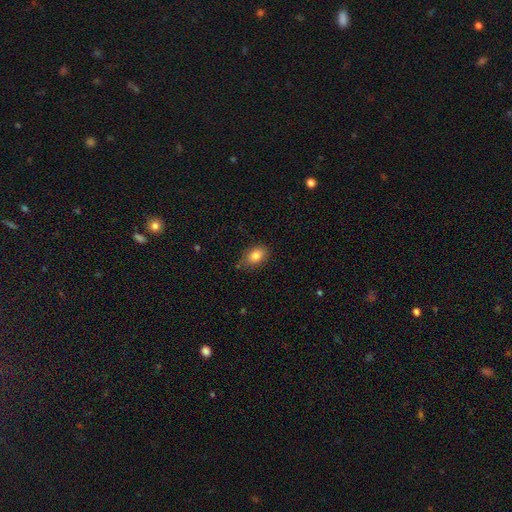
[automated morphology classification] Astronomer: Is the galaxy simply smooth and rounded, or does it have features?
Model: smooth — 83%.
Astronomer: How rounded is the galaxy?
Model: in between — 84%.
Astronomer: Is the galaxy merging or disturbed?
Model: none — 76%.